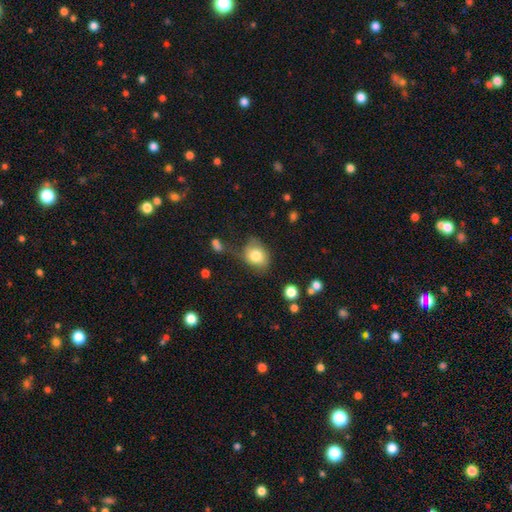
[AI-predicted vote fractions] smooth 79%, featured or disk 13%, star or artifact 9%. Down the decision tree: how rounded — in between (54%); merging — none (53%).